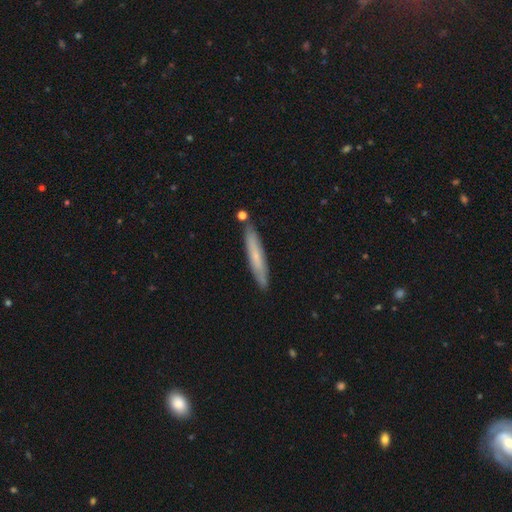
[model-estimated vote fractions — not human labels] smooth_or_featured: smooth (p=0.58) [alt: featured or disk p=0.36]
how_rounded: cigar-shaped (p=0.94) [alt: in between p=0.05]
merging: none (p=0.85) [alt: minor disturbance p=0.10]